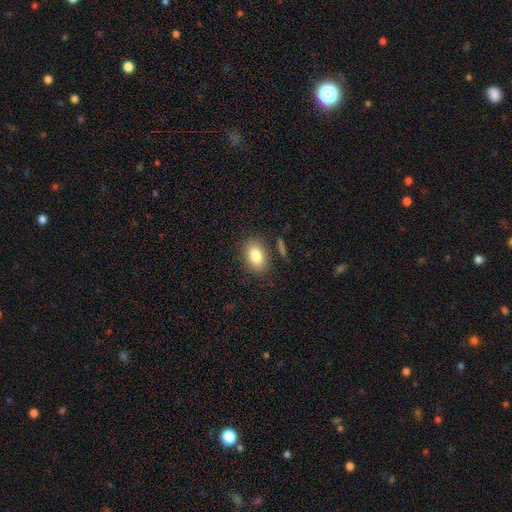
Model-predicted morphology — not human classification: Smooth or featured? smooth (82%)
How rounded? in between (81%)
Merging? none (81%)